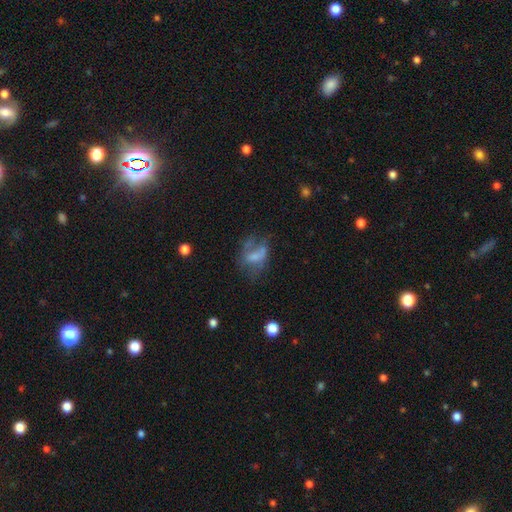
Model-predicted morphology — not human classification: This appears to be a smooth galaxy with no disk features (45%). Merging: major disturbance (38%).